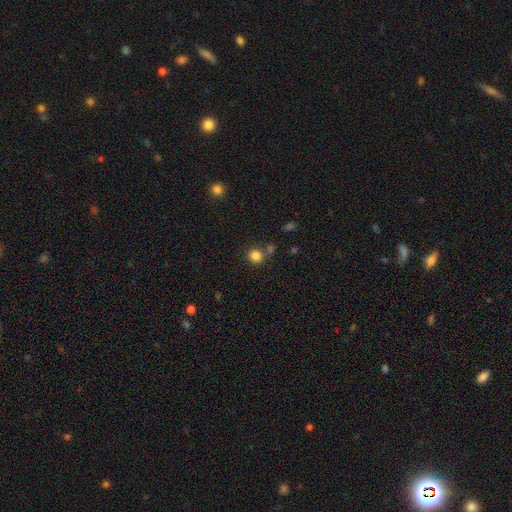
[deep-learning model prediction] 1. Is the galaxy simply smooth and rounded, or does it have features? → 83% smooth, 12% star or artifact, 5% featured or disk.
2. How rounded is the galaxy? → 90% round, 9% in between, 1% cigar-shaped.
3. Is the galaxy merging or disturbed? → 74% none, 14% merger, 9% minor disturbance, 3% major disturbance.